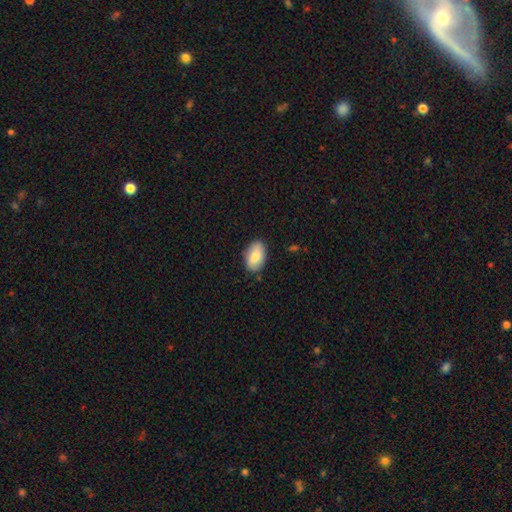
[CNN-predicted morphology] type=smooth (81%); roundness=in between (91%); merging=none (83%).